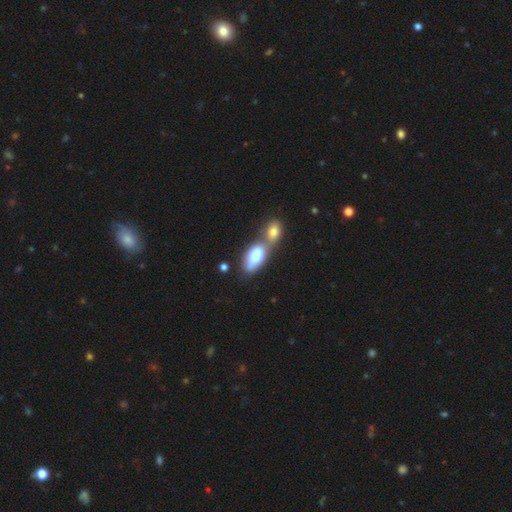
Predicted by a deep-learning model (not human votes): smooth_or_featured: smooth (p=0.74) [alt: featured or disk p=0.19]
how_rounded: in between (p=0.90) [alt: cigar-shaped p=0.06]
merging: merger (p=0.63) [alt: none p=0.24]